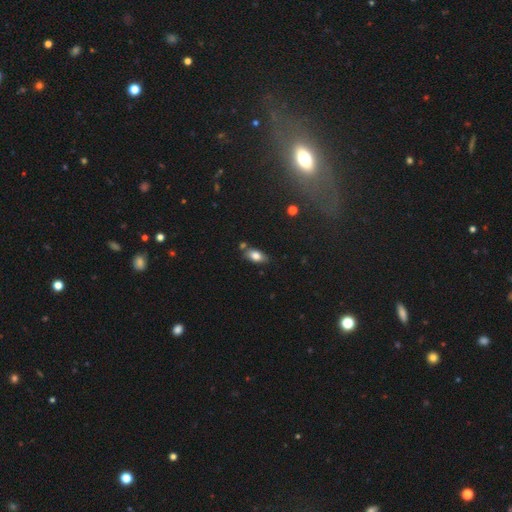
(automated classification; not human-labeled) This appears to be a smooth galaxy with no disk features (77%) that is in between round and cigar-shaped (87%). Merging: none (69%).